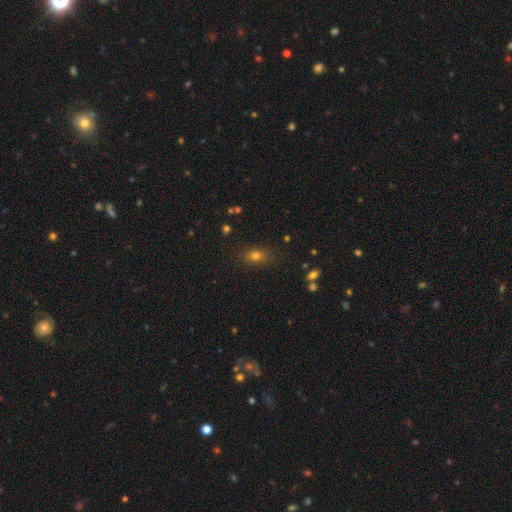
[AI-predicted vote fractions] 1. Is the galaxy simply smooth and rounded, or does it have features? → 71% smooth, 20% star or artifact, 9% featured or disk.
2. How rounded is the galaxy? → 60% in between, 36% round, 3% cigar-shaped.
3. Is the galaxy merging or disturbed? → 82% none, 12% minor disturbance, 4% major disturbance, 2% merger.